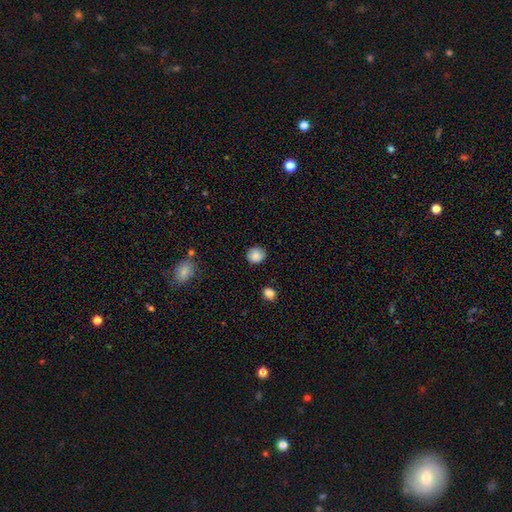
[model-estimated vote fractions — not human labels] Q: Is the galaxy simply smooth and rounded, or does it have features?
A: smooth — 83%.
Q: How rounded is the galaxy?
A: round — 83%.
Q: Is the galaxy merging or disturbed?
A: none — 81%.